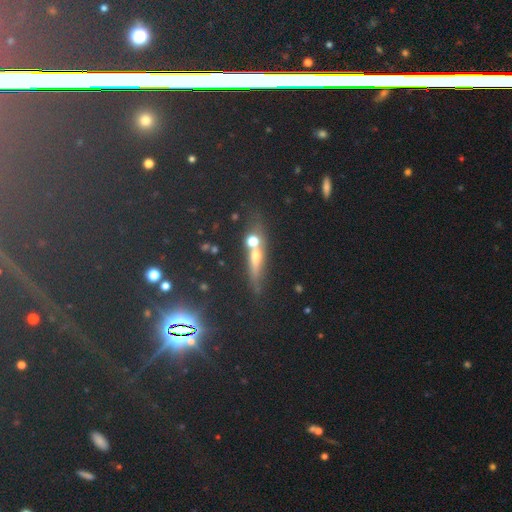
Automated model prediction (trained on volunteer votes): This appears to be a smooth galaxy with no disk features (43%). Merging: none (53%).